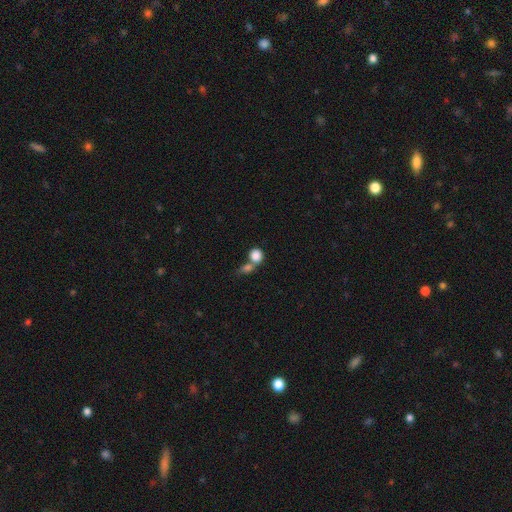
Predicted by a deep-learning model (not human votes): smooth 85%, star or artifact 8%, featured or disk 7%. Down the decision tree: how rounded — round (71%); merging — merger (54%).